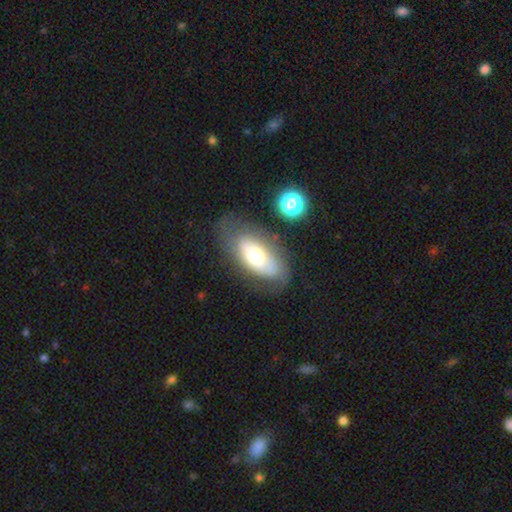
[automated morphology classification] smooth 52%, featured or disk 40%, star or artifact 8%. Down the decision tree: how rounded — in between (87%); merging — none (61%).